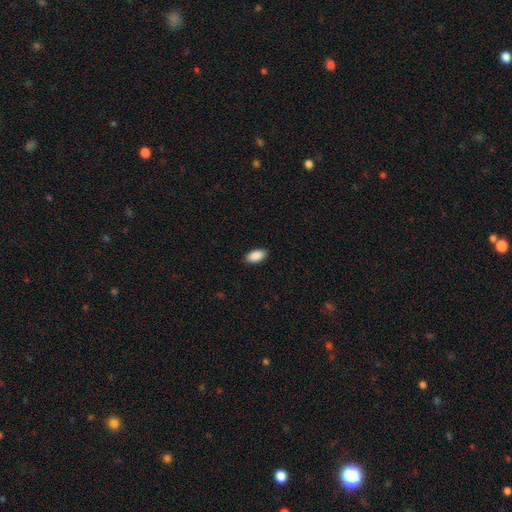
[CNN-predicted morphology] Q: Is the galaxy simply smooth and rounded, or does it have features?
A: smooth — 90%.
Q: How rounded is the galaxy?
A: in between — 94%.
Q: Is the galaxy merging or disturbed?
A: none — 89%.